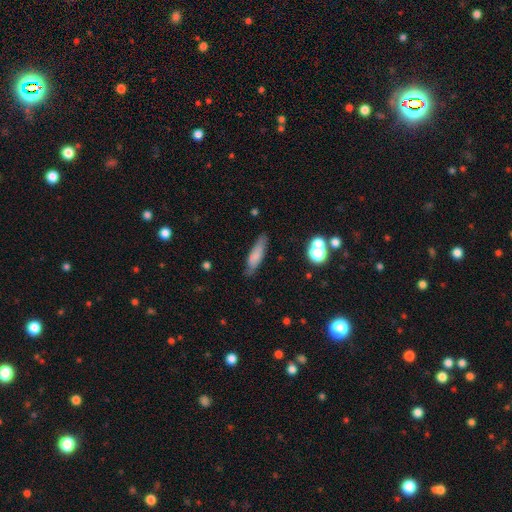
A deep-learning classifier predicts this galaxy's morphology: This appears to be a smooth galaxy with no disk features (73%) that is cigar-shaped (67%). Merging: none (77%).